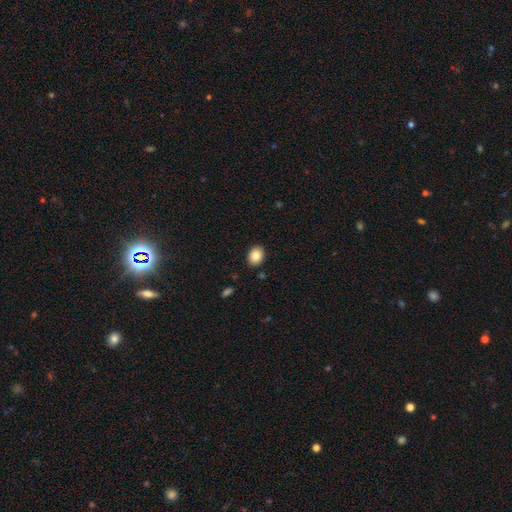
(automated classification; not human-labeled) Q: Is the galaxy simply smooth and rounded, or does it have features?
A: smooth — 84%.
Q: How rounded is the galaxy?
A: in between — 62%.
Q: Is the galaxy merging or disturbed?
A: none — 89%.